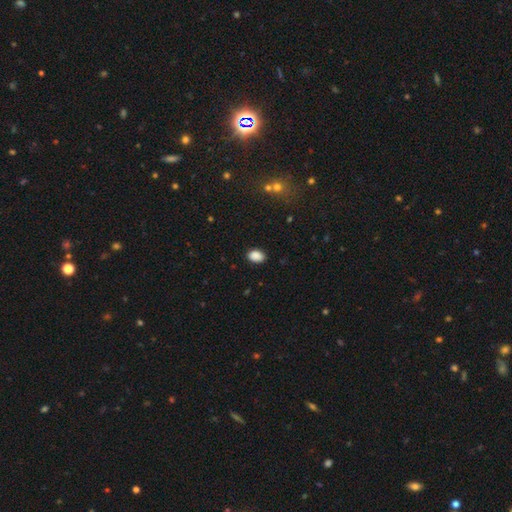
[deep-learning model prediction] Q: Smooth or featured?
A: smooth (88%); runner-up: star or artifact (9%)
Q: How rounded?
A: in between (84%); runner-up: round (15%)
Q: Merging?
A: none (86%); runner-up: minor disturbance (10%)